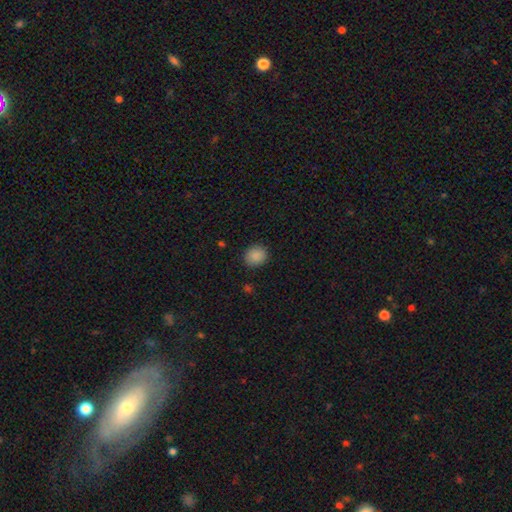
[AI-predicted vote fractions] smooth 88%, star or artifact 9%, featured or disk 3%. Down the decision tree: how rounded — round (79%); merging — none (89%).